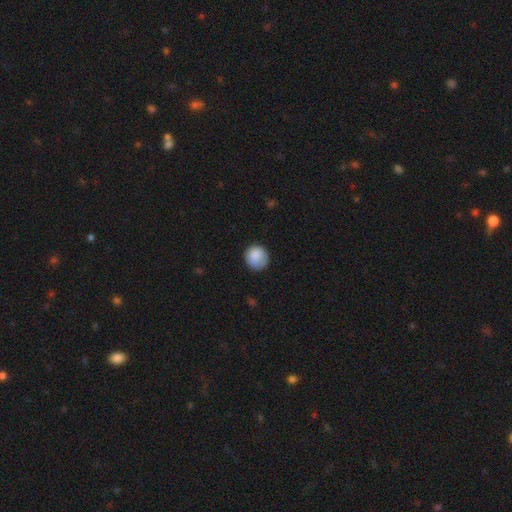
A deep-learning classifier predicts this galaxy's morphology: smooth_or_featured: smooth (p=0.87) [alt: star or artifact p=0.08]
how_rounded: round (p=0.91) [alt: in between p=0.08]
merging: none (p=0.80) [alt: minor disturbance p=0.15]